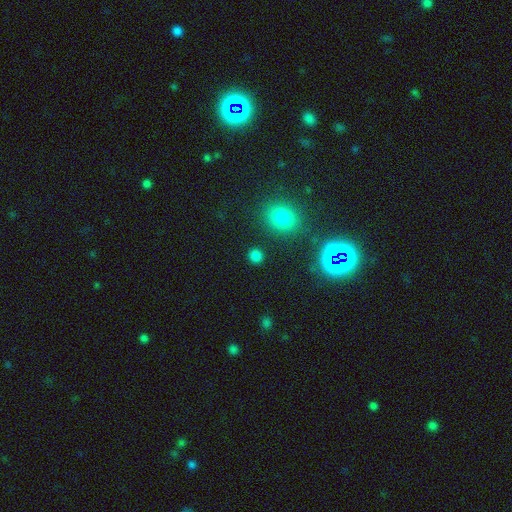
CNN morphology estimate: smooth_or_featured: smooth (p=0.77) [alt: star or artifact p=0.19]
how_rounded: round (p=0.85) [alt: in between p=0.14]
merging: none (p=0.88) [alt: minor disturbance p=0.07]